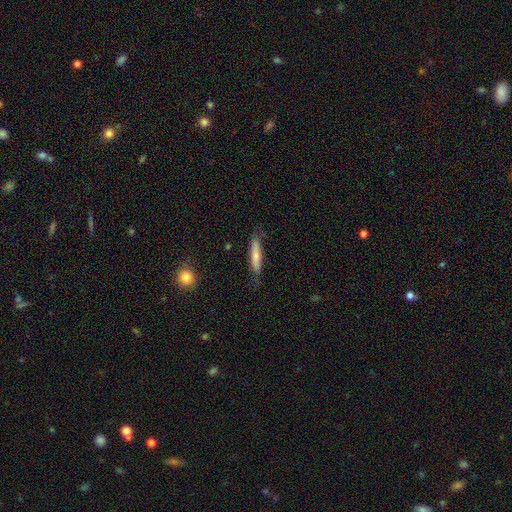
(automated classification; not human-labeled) A smooth galaxy with no disk features (65%) that is cigar-shaped (85%). Merging: none (74%).